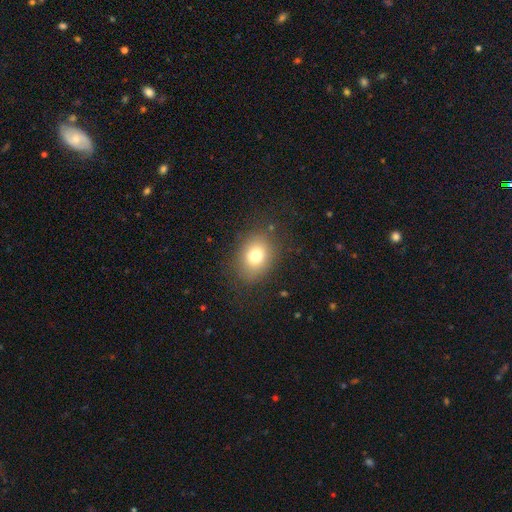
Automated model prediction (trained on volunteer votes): Smooth or featured: smooth — 77% (star or artifact — 12%)
How rounded: in between — 57% (round — 42%)
Merging: none — 82% (minor disturbance — 12%)